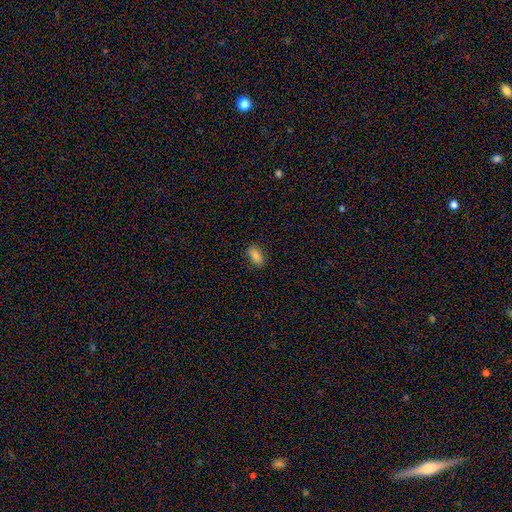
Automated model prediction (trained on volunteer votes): Smooth or featured: smooth — 80% (featured or disk — 12%)
How rounded: in between — 90% (round — 7%)
Merging: none — 85% (minor disturbance — 12%)